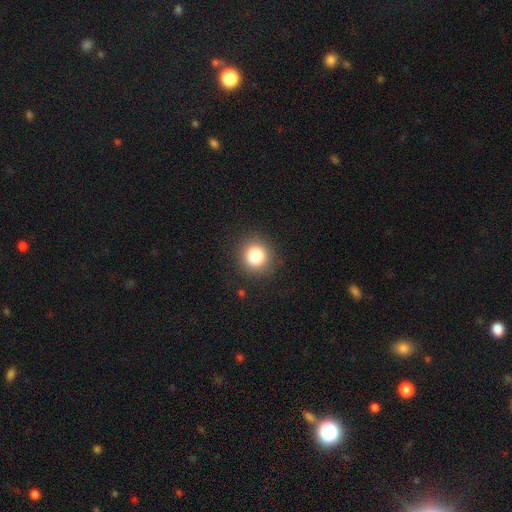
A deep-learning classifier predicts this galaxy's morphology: Smooth or featured: smooth — 83% (star or artifact — 11%)
How rounded: round — 91% (in between — 8%)
Merging: none — 89% (minor disturbance — 7%)